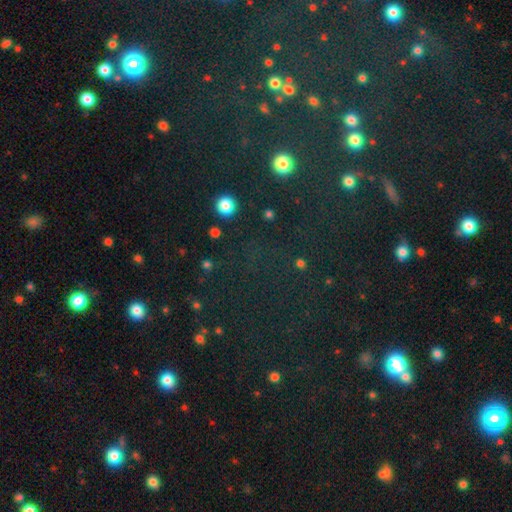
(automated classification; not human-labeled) Smooth or featured: star or artifact — 70% (smooth — 21%)